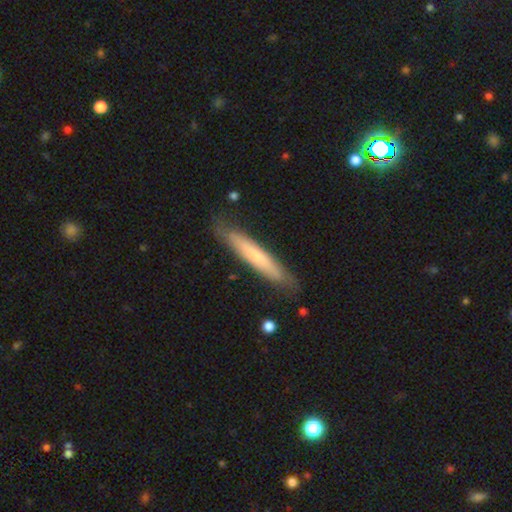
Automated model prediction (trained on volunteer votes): Overall: smooth (58%; featured or disk 36%). How rounded: cigar-shaped (93%). Merging: none (82%).